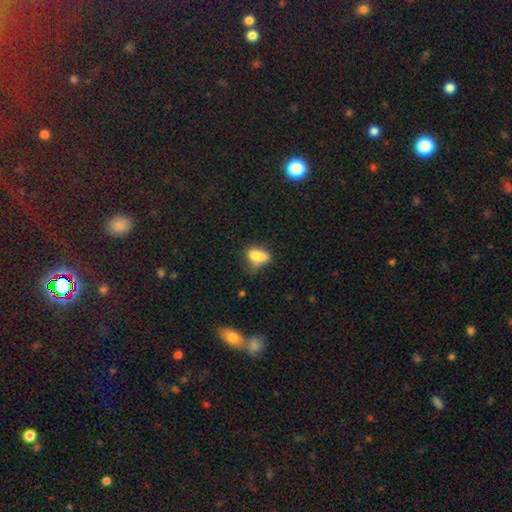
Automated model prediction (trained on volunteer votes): Smooth or featured: smooth — 80% (featured or disk — 10%)
How rounded: in between — 83% (round — 12%)
Merging: minor disturbance — 39% (none — 34%)